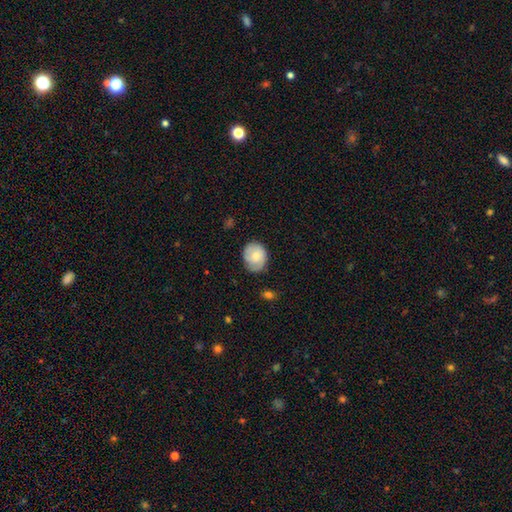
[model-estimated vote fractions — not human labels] Smooth or featured: smooth — 70% (featured or disk — 23%)
How rounded: round — 60% (in between — 40%)
Merging: none — 69% (minor disturbance — 24%)